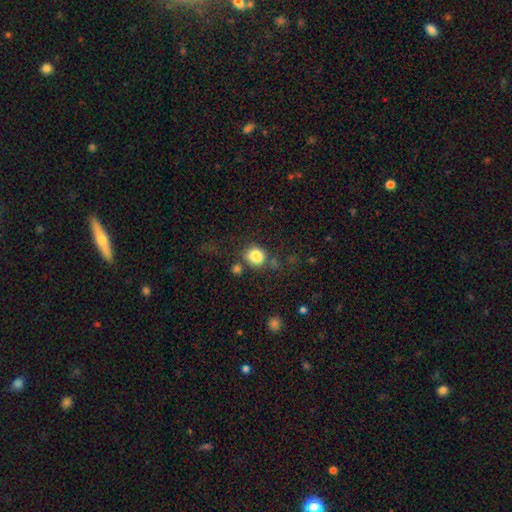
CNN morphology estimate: A smooth galaxy with no disk features (84%) that is round (78%).

Vote fractions:
- Smooth or featured? smooth: 84% / star or artifact: 10% / featured or disk: 6%
- How rounded? round: 78% / in between: 21% / cigar-shaped: 1%
- Merging? none: 69% / minor disturbance: 14% / merger: 11% / major disturbance: 6%